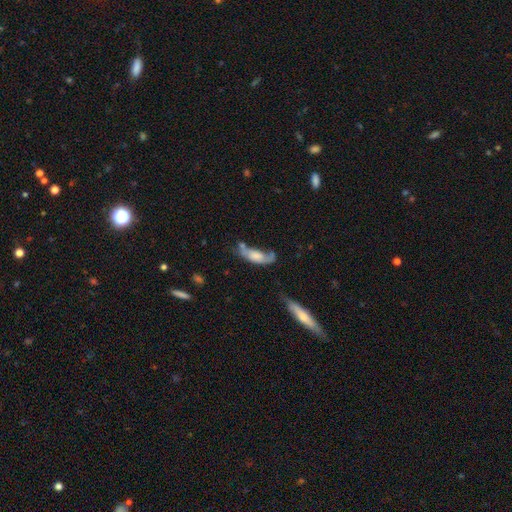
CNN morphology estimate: A smooth galaxy with no disk features (54%) that is in between round and cigar-shaped (66%). Merging: major disturbance (29%).